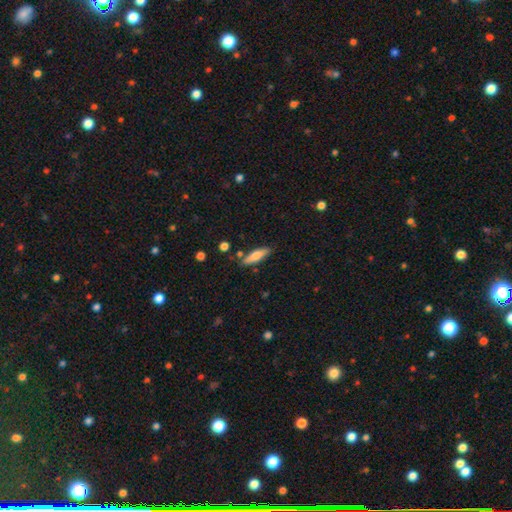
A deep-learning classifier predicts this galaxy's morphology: smooth 76%, featured or disk 17%, star or artifact 6%. Down the decision tree: how rounded — cigar-shaped (62%); merging — none (80%).